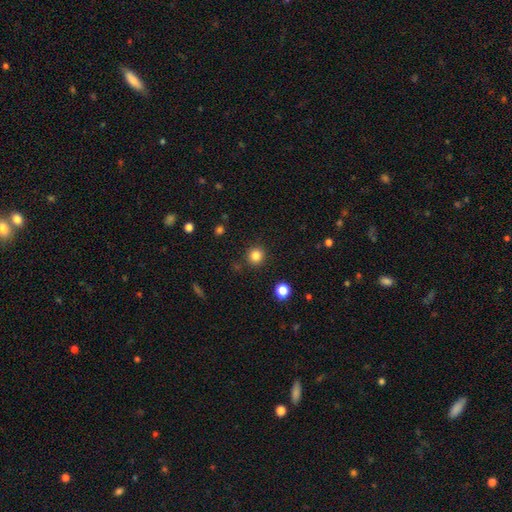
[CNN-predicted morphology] Smooth or featured?
  - smooth: 83% *
  - star or artifact: 12%
  - featured or disk: 5%
How rounded?
  - round: 94% *
  - in between: 5%
  - cigar-shaped: 1%
Merging?
  - none: 90% *
  - minor disturbance: 6%
  - major disturbance: 2%
  - merger: 2%